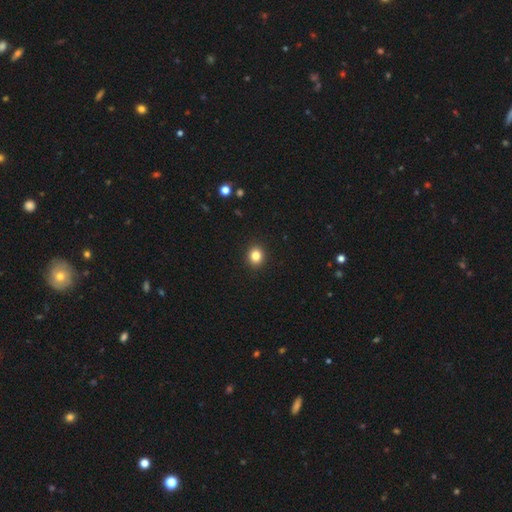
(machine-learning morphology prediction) Smooth or featured: smooth — 84% (star or artifact — 11%)
How rounded: round — 74% (in between — 25%)
Merging: none — 92% (minor disturbance — 5%)